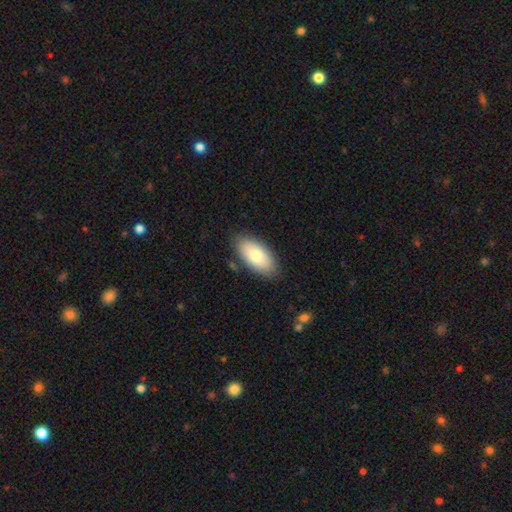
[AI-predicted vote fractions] A smooth galaxy with no disk features (78%) that is in between round and cigar-shaped (93%). Merging: none (84%).